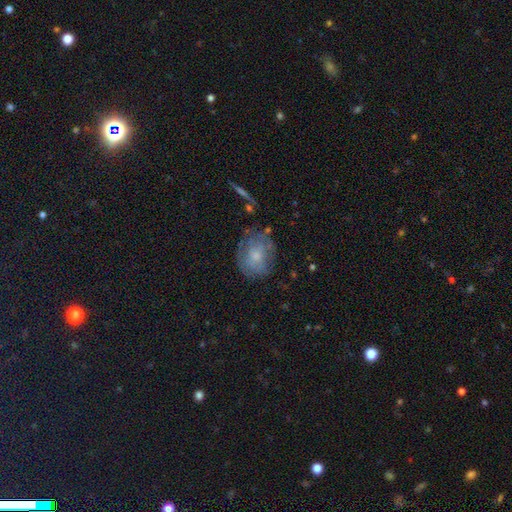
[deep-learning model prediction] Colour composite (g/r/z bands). It shows a smooth galaxy with no disk features (51%) that is round (58%). Merging: none (62%).